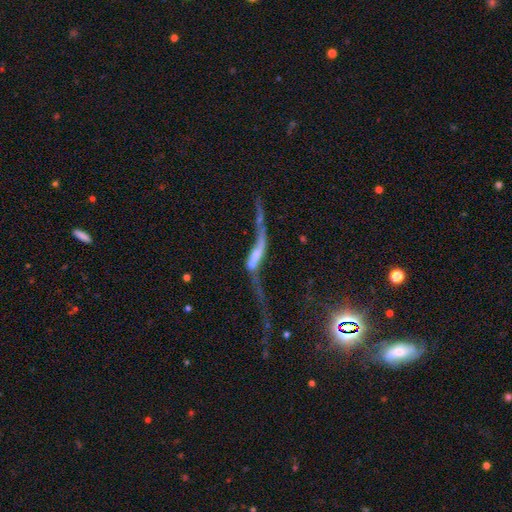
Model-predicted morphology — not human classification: This appears to be a featured or disk galaxy (69%). Merging: major disturbance (38%).